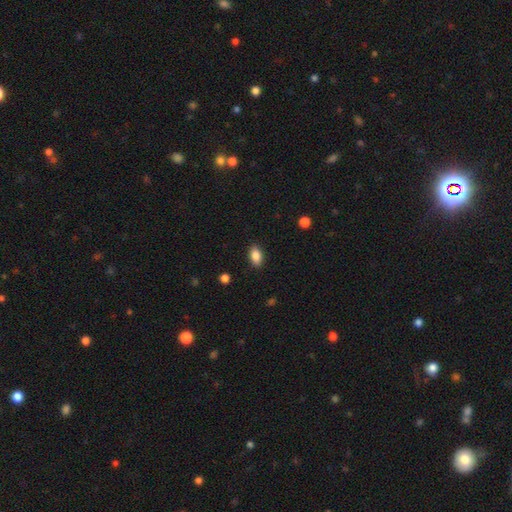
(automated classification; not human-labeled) Smooth or featured? Predicted: smooth (p=0.87). How rounded? Predicted: in between (p=0.90). Merging? Predicted: none (p=0.88).